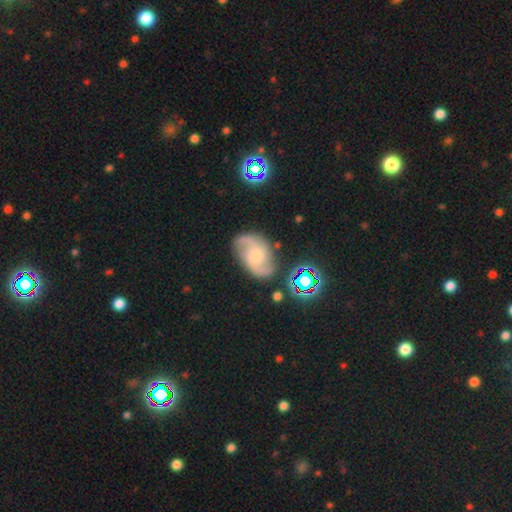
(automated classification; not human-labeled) This is clearly a featured or disk galaxy (81%). It is clearly not viewed edge-on (97%). Bar: possibly no (58%). Spiral arm pattern: clearly yes (96%). Spiral arm count: clearly 2 (88%). Spiral winding: possibly medium (50%). Central bulge: marginally small (44%). Merging: likely none (75%).